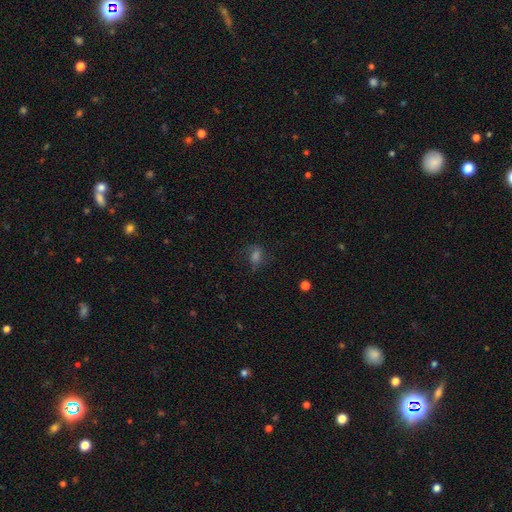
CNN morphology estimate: Overall: smooth (56%; star or artifact 25%). How rounded: in between (69%). Merging: none (64%).